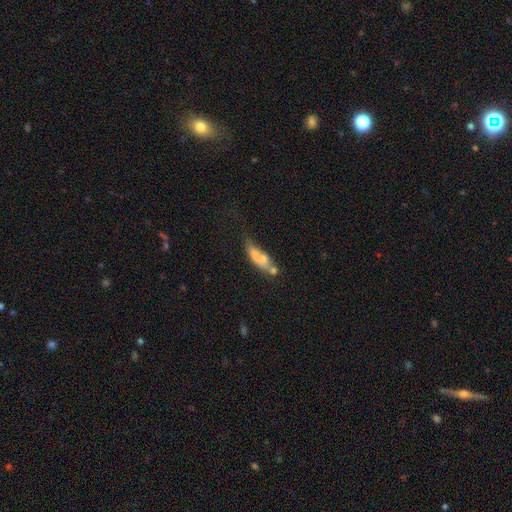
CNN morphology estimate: The model was most divided on "merging": merger: 38%, none: 30%, minor disturbance: 17%, major disturbance: 14%. Remaining: smooth or featured — smooth (49%).